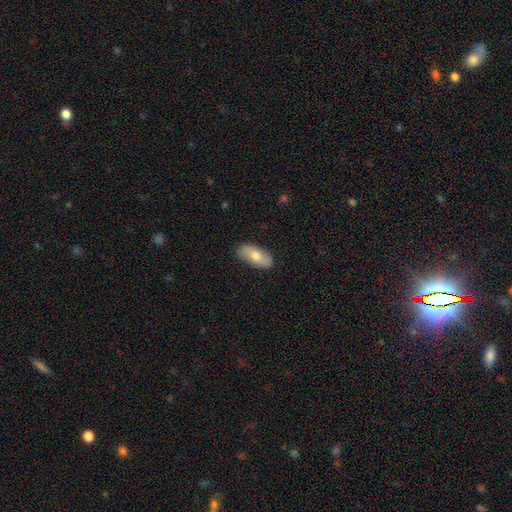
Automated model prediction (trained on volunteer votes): This is likely a smooth galaxy (63%). How rounded: clearly in between (87%). Merging: clearly none (85%).